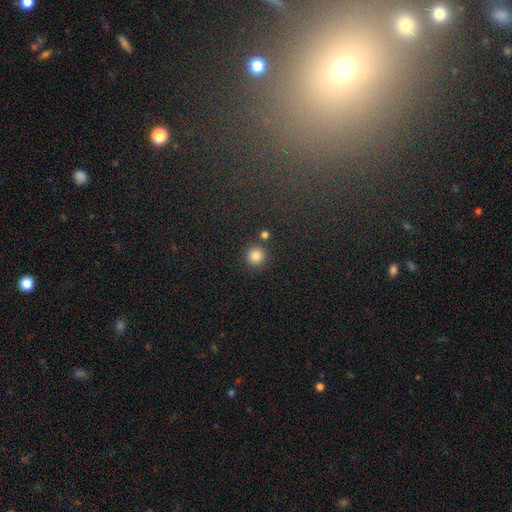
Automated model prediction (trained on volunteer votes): This is clearly a smooth galaxy (84%). How rounded: clearly round (95%). Merging: clearly none (87%).